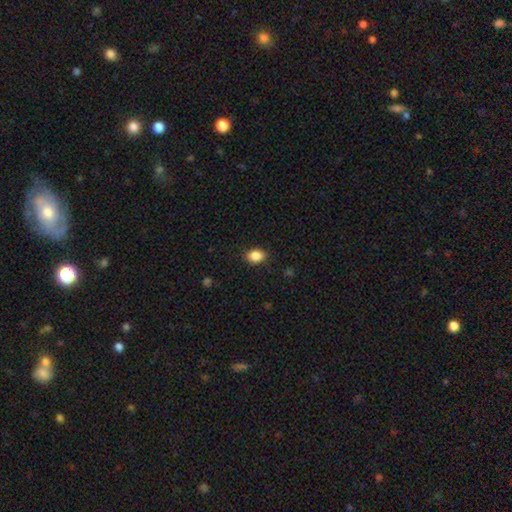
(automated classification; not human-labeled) smooth-or-featured: smooth: 87% | star or artifact: 9% | featured or disk: 4%
  how-rounded: in between: 71% | round: 28% | cigar-shaped: 1%
  merging: none: 87% | minor disturbance: 9% | major disturbance: 2% | merger: 1%